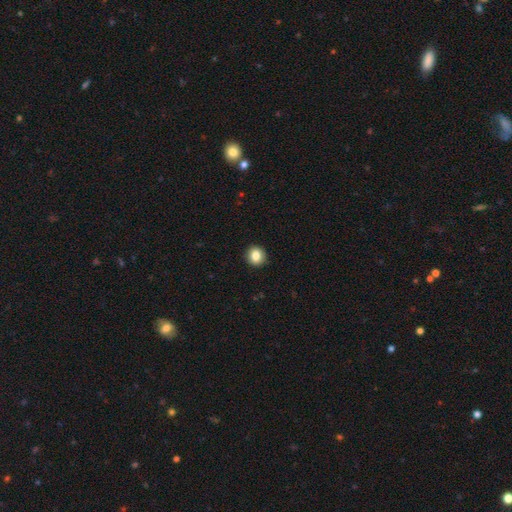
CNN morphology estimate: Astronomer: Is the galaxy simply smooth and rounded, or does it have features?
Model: smooth — 85%.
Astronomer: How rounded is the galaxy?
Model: round — 87%.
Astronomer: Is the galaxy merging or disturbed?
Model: none — 92%.